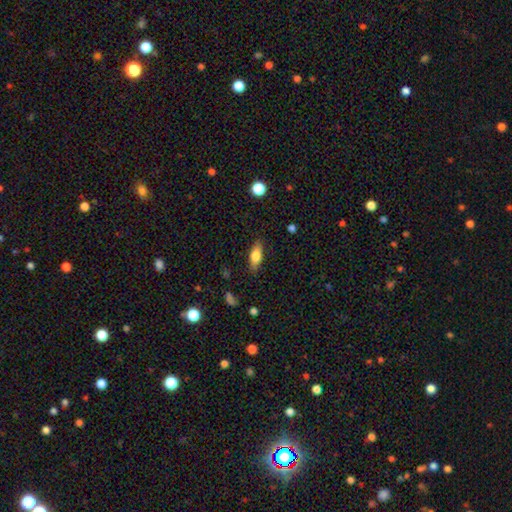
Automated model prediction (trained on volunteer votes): The model was most divided on "how rounded": in between: 73%, cigar-shaped: 24%, round: 3%. More confident: merging — none (84%); smooth or featured — smooth (73%).